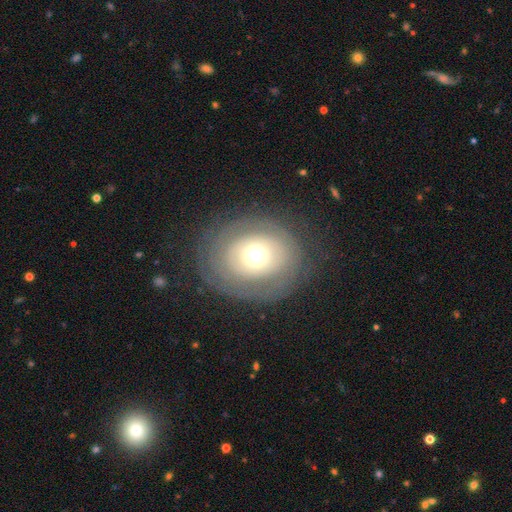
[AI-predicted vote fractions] Smooth or featured? featured or disk (47%)
Merging? none (76%)